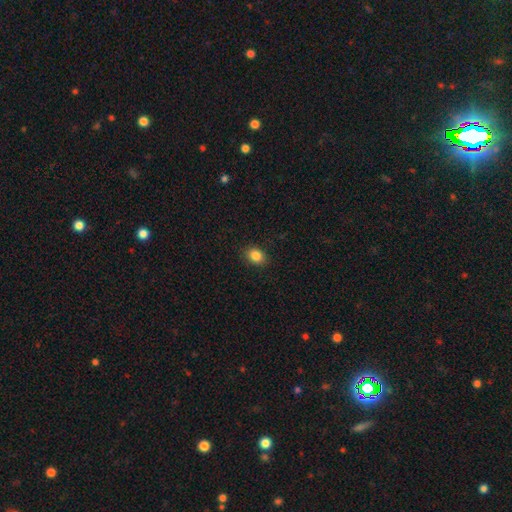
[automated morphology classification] Smooth or featured? smooth (86%)
How rounded? in between (61%)
Merging? none (89%)